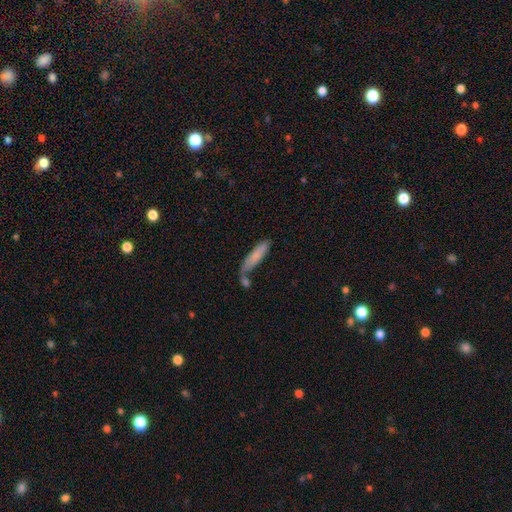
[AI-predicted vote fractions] A smooth galaxy with no disk features (78%) that is cigar-shaped (76%). Merging: none (57%).